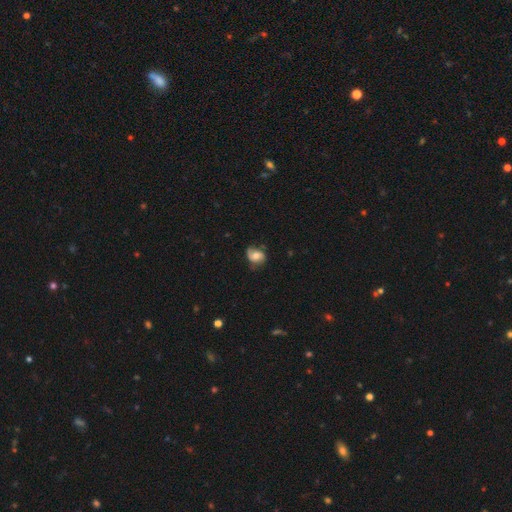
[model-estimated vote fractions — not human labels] Overall: featured or disk (50%; smooth 41%). Merging: none (62%; minor disturbance 26%).